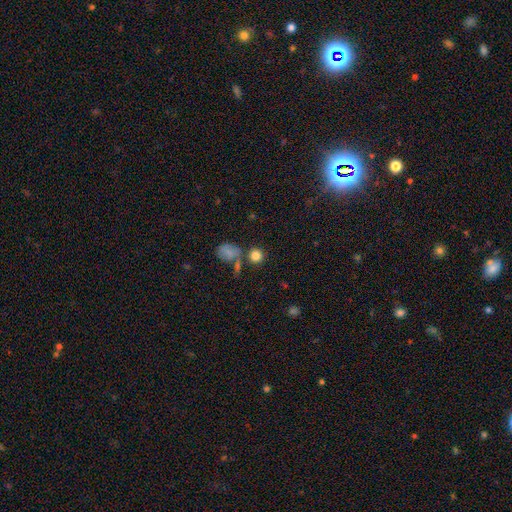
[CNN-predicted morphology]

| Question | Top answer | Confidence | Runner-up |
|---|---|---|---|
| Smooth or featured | smooth | 81% | star or artifact (11%) |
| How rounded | round | 87% | in between (12%) |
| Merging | none | 68% | merger (17%) |